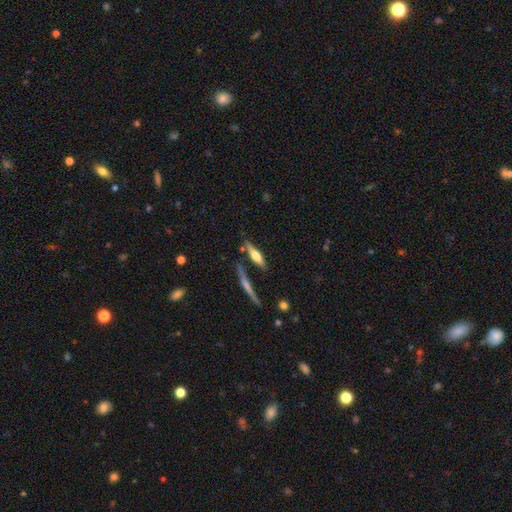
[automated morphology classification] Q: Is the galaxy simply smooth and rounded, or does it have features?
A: smooth — 50%.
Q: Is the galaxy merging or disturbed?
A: none — 70%.